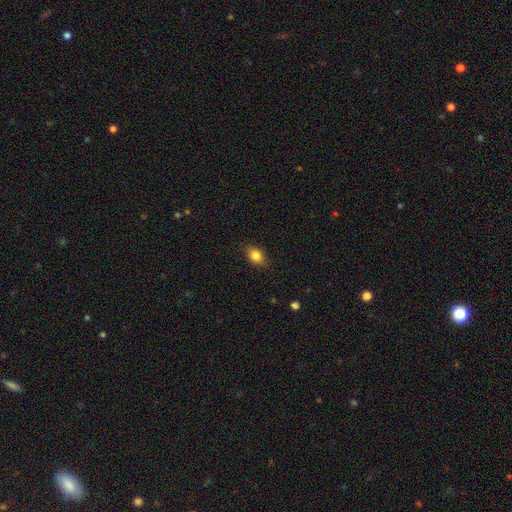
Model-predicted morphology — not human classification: Smooth or featured?
  - smooth: 84% *
  - star or artifact: 9%
  - featured or disk: 7%
How rounded?
  - in between: 68% *
  - round: 31%
  - cigar-shaped: 2%
Merging?
  - none: 86% *
  - minor disturbance: 11%
  - major disturbance: 2%
  - merger: 1%